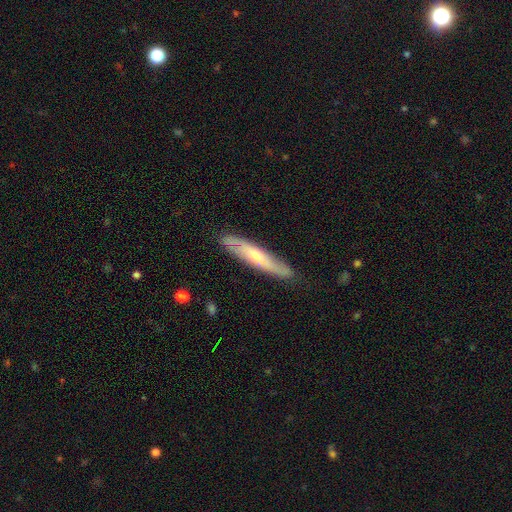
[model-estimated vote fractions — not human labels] featured or disk 51%, smooth 44%, star or artifact 6%. Down the decision tree: edge-on disk — yes (62%); merging — none (83%).